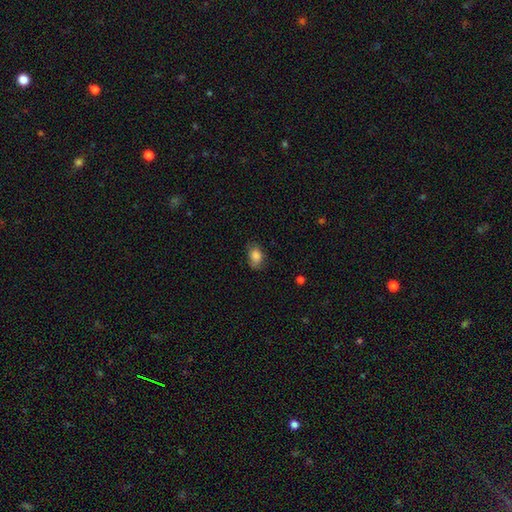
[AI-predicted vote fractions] Smooth or featured? Predicted: smooth (p=0.83). How rounded? Predicted: in between (p=0.79). Merging? Predicted: none (p=0.72).